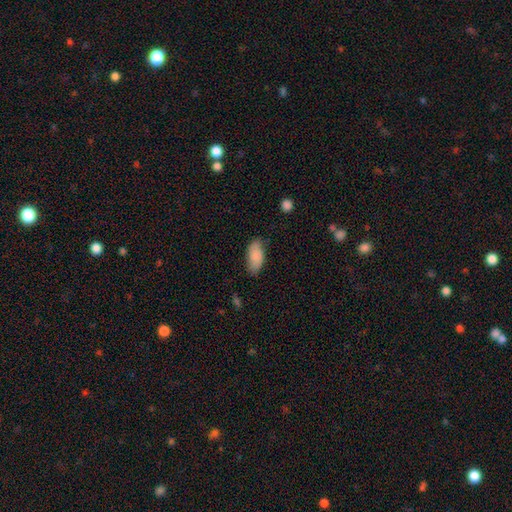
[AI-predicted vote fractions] Overall: smooth (85%). How rounded: in between (92%). Merging: none (72%).